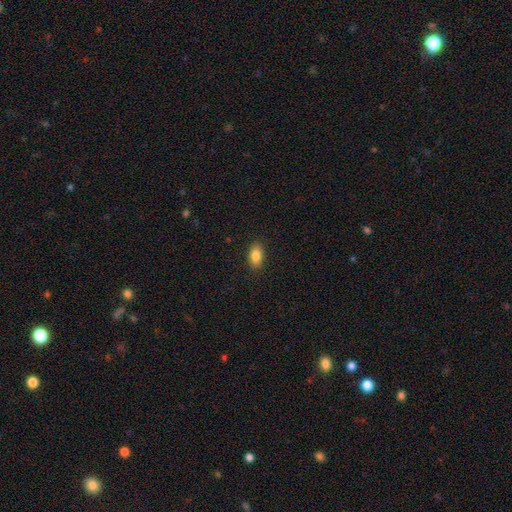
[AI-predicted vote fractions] smooth 84%, star or artifact 8%, featured or disk 8%. Down the decision tree: how rounded — in between (89%); merging — none (89%).